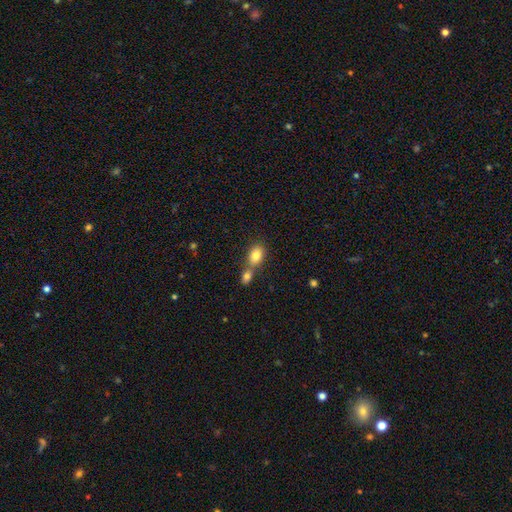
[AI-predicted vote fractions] A smooth galaxy with no disk features (83%) that is in between round and cigar-shaped (82%).

Vote fractions:
- Smooth or featured? smooth: 83% / featured or disk: 9% / star or artifact: 8%
- How rounded? in between: 82% / round: 16% / cigar-shaped: 2%
- Merging? merger: 52% / none: 36% / minor disturbance: 8% / major disturbance: 3%